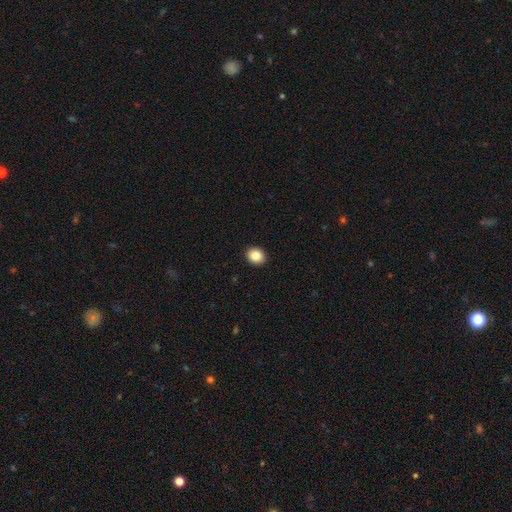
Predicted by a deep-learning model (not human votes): A smooth galaxy with no disk features (84%) that is round (69%).

Vote fractions:
- Smooth or featured? smooth: 84% / star or artifact: 10% / featured or disk: 6%
- How rounded? round: 69% / in between: 30% / cigar-shaped: 1%
- Merging? none: 93% / minor disturbance: 5% / major disturbance: 1% / merger: 1%